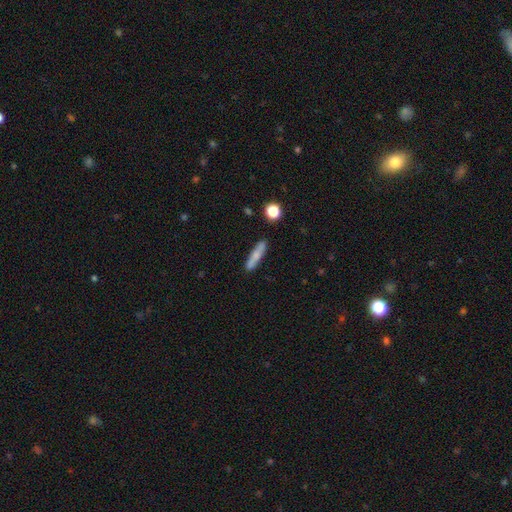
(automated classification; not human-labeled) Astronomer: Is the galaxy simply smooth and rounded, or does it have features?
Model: smooth — 70%.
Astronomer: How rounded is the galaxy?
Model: cigar-shaped — 85%.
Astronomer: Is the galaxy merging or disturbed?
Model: none — 83%.